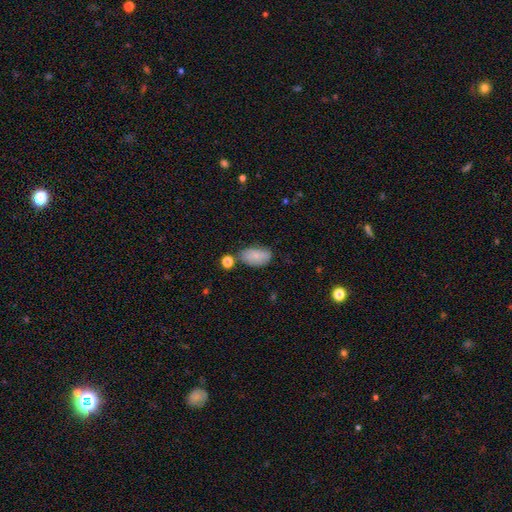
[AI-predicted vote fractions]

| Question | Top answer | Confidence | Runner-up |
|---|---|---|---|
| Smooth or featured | smooth | 79% | featured or disk (13%) |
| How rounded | in between | 92% | round (4%) |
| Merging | none | 60% | minor disturbance (23%) |